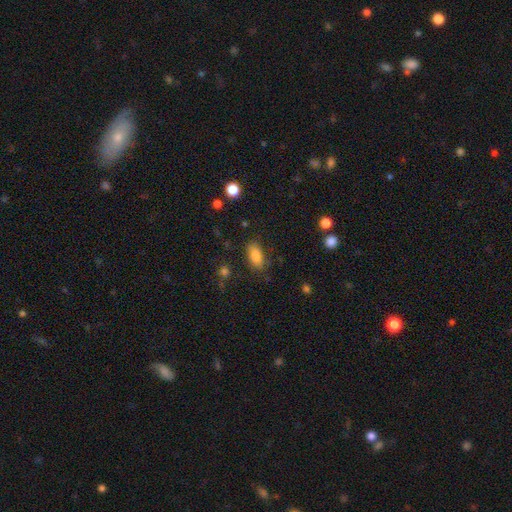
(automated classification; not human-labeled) Smooth or featured? Predicted: smooth (p=0.83). How rounded? Predicted: in between (p=0.87). Merging? Predicted: none (p=0.78).